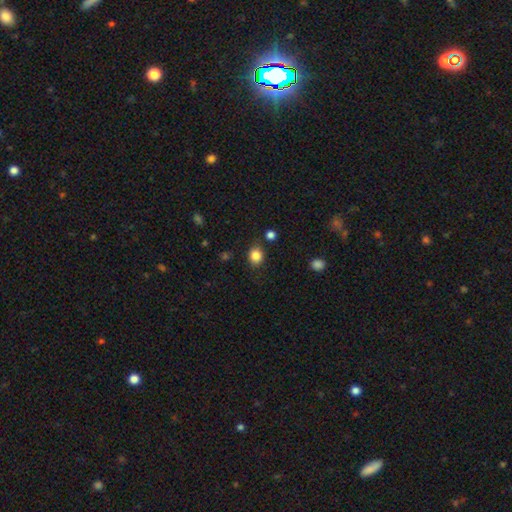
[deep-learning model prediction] This is clearly a smooth galaxy (84%). How rounded: likely round (65%). Merging: clearly none (81%).